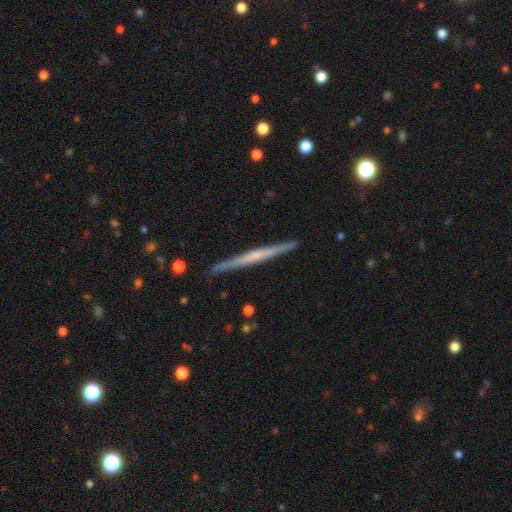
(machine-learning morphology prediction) smooth-or-featured: featured or disk: 63% | smooth: 31% | star or artifact: 5%
  disk-edge-on: yes: 98% | no: 2%
    edge-on-bulge: none: 65% | rounded: 24% | boxy: 10%
  merging: none: 90% | minor disturbance: 7% | major disturbance: 1% | merger: 1%